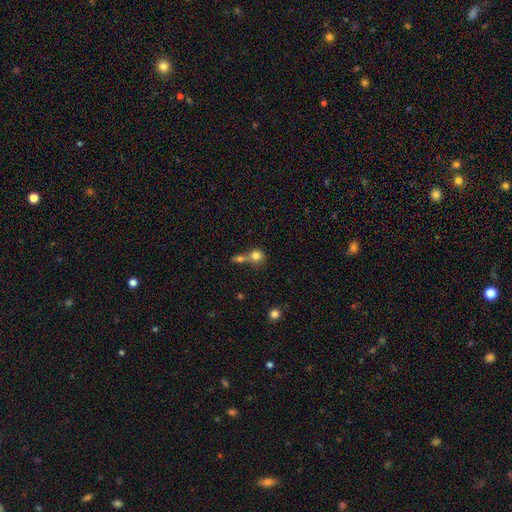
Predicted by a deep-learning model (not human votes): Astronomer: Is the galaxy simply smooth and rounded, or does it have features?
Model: smooth — 80%.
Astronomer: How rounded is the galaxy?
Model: round — 83%.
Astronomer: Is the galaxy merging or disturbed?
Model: merger — 49% (runner-up: none, 38%).